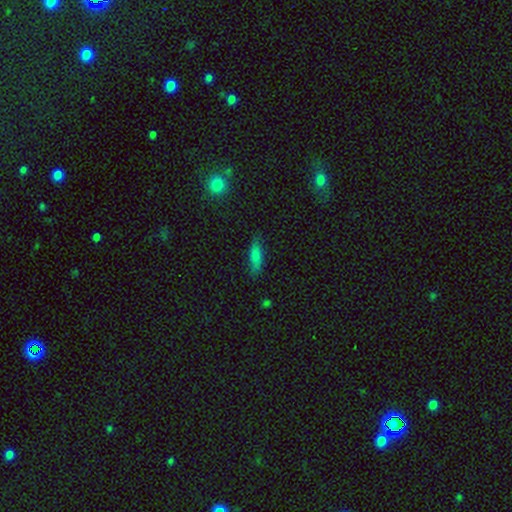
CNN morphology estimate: A smooth galaxy with no disk features (79%) that is in between round and cigar-shaped (55%).

Vote fractions:
- Smooth or featured? smooth: 79% / featured or disk: 12% / star or artifact: 9%
- How rounded? in between: 55% / cigar-shaped: 43% / round: 2%
- Merging? none: 75% / minor disturbance: 19% / major disturbance: 4% / merger: 2%